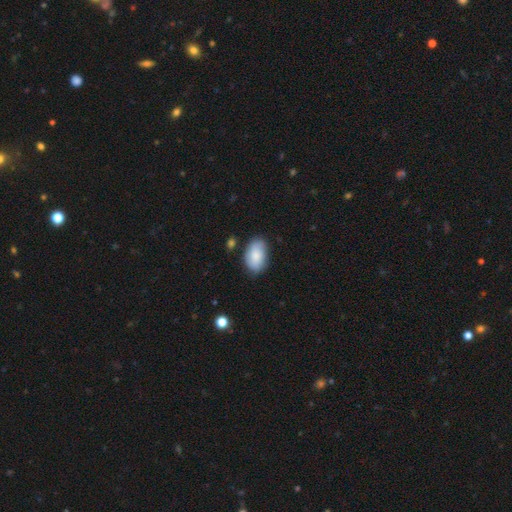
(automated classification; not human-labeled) This is clearly a smooth galaxy (84%). How rounded: clearly in between (92%). Merging: likely none (77%).